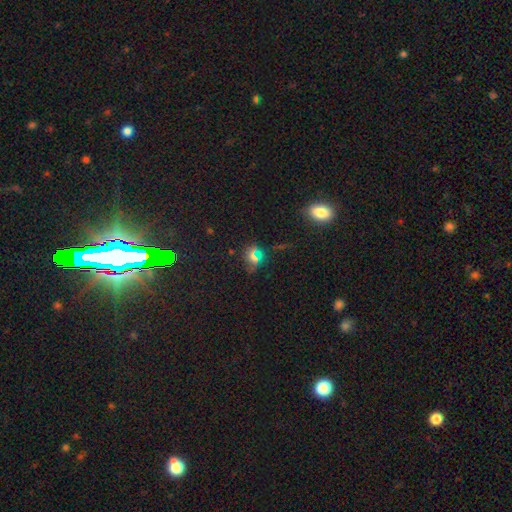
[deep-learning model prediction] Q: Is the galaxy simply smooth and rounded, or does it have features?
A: smooth — 45%.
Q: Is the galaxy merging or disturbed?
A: none — 67%.